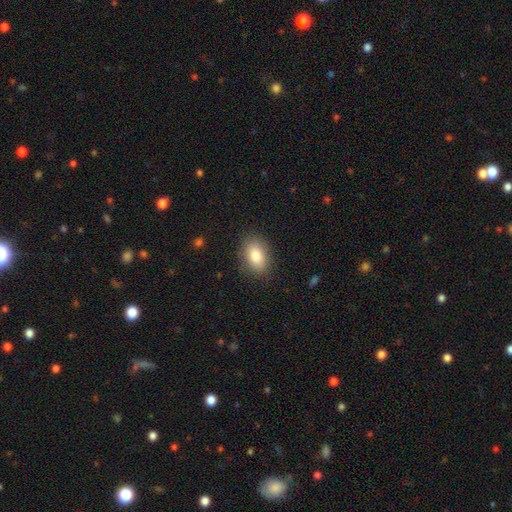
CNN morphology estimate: Smooth or featured?
  - smooth: 83% *
  - featured or disk: 9%
  - star or artifact: 8%
How rounded?
  - in between: 84% *
  - round: 14%
  - cigar-shaped: 2%
Merging?
  - none: 85% *
  - minor disturbance: 11%
  - major disturbance: 3%
  - merger: 1%